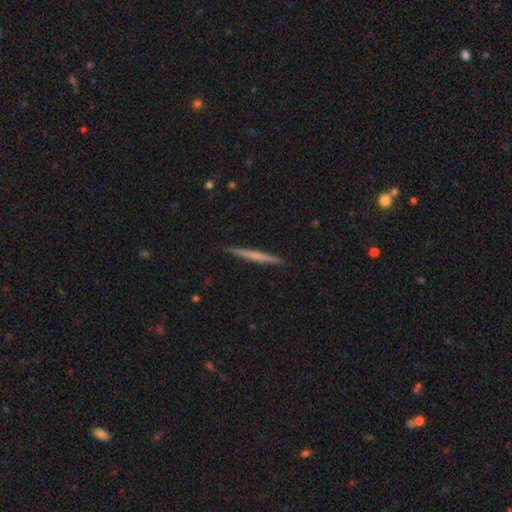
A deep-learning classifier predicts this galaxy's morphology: type=smooth (50%); roundness=cigar-shaped (97%); merging=none (92%).